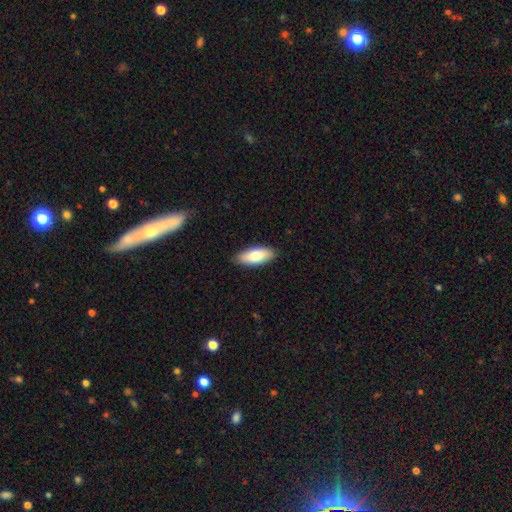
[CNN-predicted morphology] Smooth or featured?
  - smooth: 79% *
  - featured or disk: 15%
  - star or artifact: 6%
How rounded?
  - in between: 82% *
  - cigar-shaped: 16%
  - round: 2%
Merging?
  - none: 87% *
  - minor disturbance: 10%
  - major disturbance: 2%
  - merger: 1%